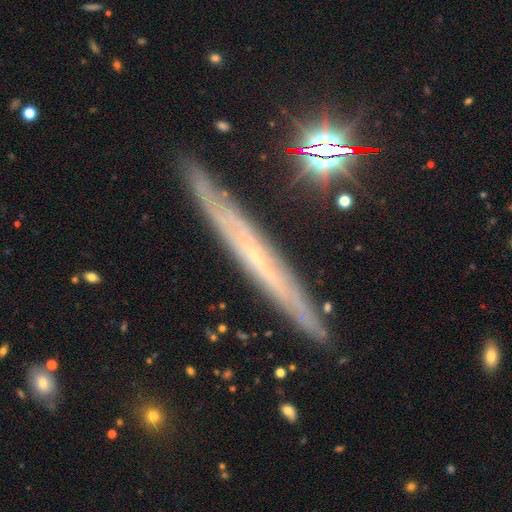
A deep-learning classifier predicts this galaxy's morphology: The model was most divided on "smooth or featured": featured or disk: 68%, smooth: 22%, star or artifact: 10%. More confident: edge-on disk — yes (89%); merging — none (87%); edge-on bulge — none (78%).